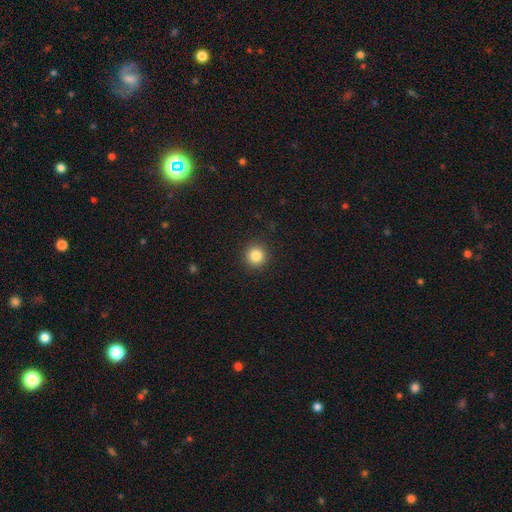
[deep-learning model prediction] Morphology: type=smooth (84%); roundness=round (95%); merging=none (92%).